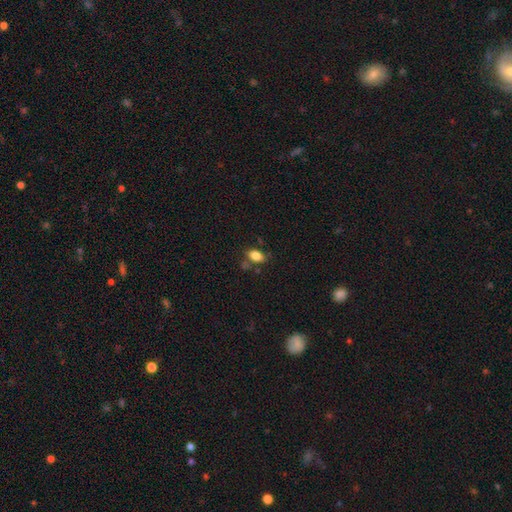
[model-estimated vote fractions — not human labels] Morphology: type=smooth (82%); roundness=in between (88%); merging=none (68%).